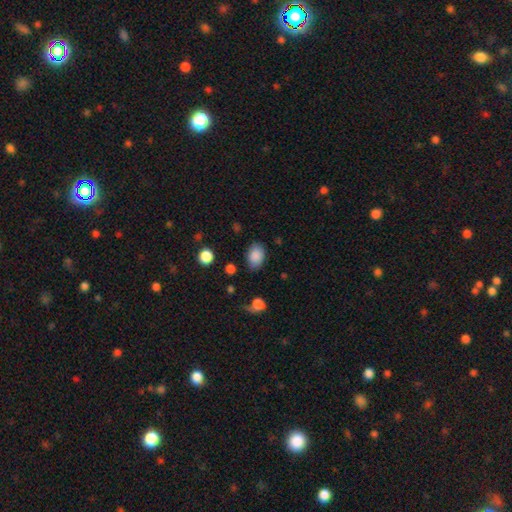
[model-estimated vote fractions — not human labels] smooth_or_featured: smooth (p=0.87) [alt: star or artifact p=0.08]
how_rounded: in between (p=0.76) [alt: round p=0.23]
merging: none (p=0.76) [alt: minor disturbance p=0.17]